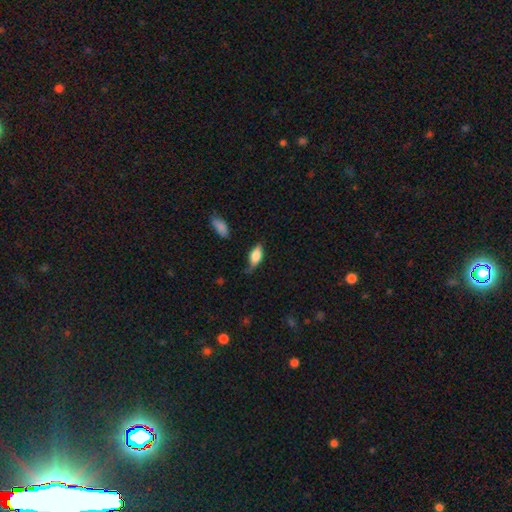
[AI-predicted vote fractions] Smooth or featured: smooth — 71% (featured or disk — 22%)
How rounded: in between — 85% (cigar-shaped — 11%)
Merging: none — 60% (minor disturbance — 30%)